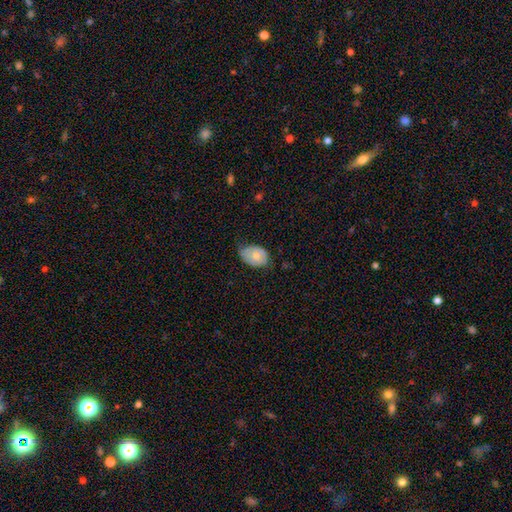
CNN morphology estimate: The model was most divided on "merging": none: 46%, minor disturbance: 43%, major disturbance: 9%, merger: 1%. More confident: how rounded — in between (81%); smooth or featured — smooth (69%).